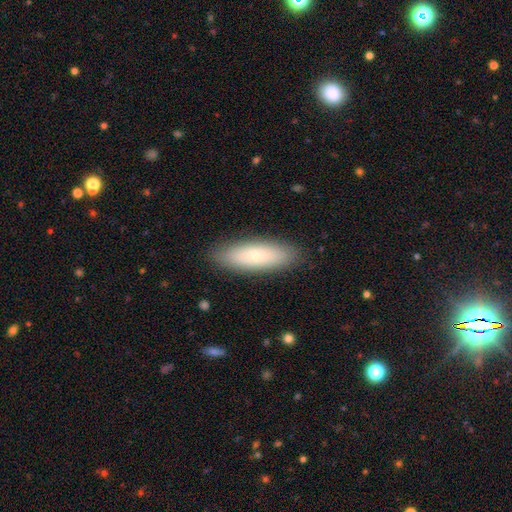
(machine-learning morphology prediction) smooth 72%, featured or disk 22%, star or artifact 7%. Down the decision tree: how rounded — in between (52%); merging — none (88%).